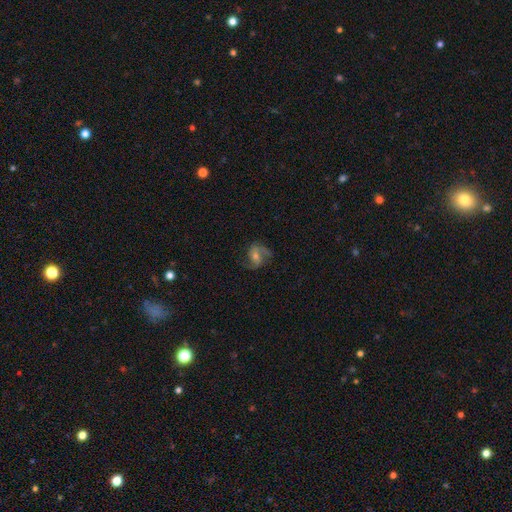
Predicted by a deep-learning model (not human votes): Smooth or featured? Predicted: featured or disk (p=0.81). Edge-on disk? Predicted: no (p=0.98). Bar? Predicted: no (p=0.48). Spiral arms? Predicted: yes (p=0.96). Spiral winding? Predicted: medium (p=0.50). Spiral arm count? Predicted: 2 (p=0.86). Bulge size? Predicted: moderate (p=0.50). Merging? Predicted: none (p=0.72).